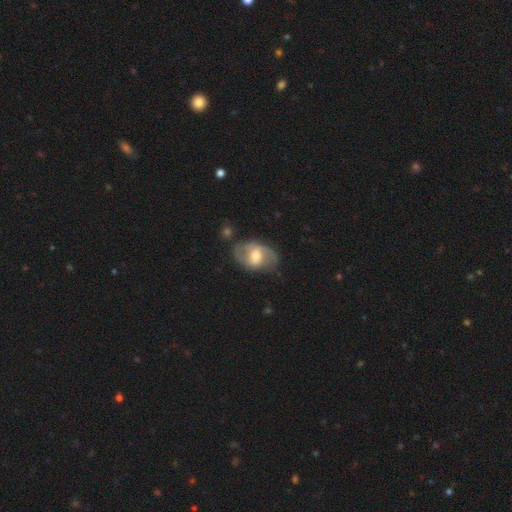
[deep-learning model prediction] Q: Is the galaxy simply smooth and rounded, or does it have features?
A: featured or disk — 72%.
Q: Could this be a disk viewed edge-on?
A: no — 96%.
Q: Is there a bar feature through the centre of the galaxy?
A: weak — 51%.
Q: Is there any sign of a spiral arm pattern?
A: yes — 85%.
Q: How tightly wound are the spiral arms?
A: medium — 48%.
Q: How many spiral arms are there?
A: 2 — 84%.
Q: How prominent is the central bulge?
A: moderate — 65%.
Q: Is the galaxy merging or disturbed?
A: none — 67%.